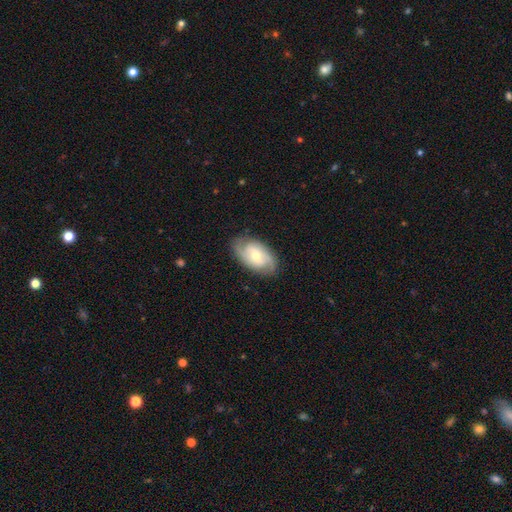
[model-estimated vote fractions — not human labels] Overall: featured or disk (73%). Edge-on disk: no (94%). Bar: no (53%; weak 36%). Spiral arms: yes (90%). Spiral arm count: 2 (65%). Spiral winding: tight (45%; medium 40%). Bulge size: moderate (60%; small 35%). Merging: none (80%).